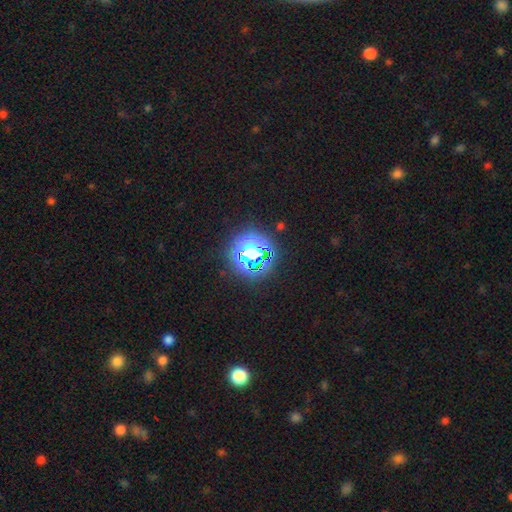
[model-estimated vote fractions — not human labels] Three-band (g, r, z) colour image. It shows a star or artifact, not a galaxy (57%).